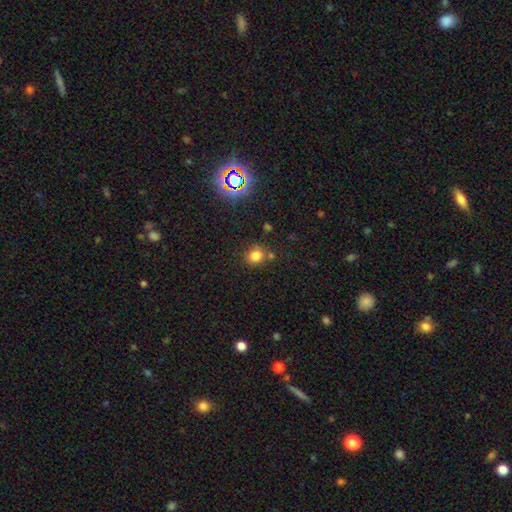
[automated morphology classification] Smooth or featured: smooth — 78% (star or artifact — 16%)
How rounded: round — 78% (in between — 21%)
Merging: none — 73% (minor disturbance — 13%)